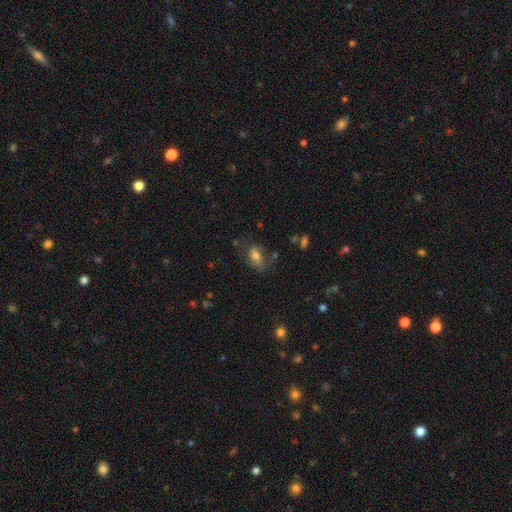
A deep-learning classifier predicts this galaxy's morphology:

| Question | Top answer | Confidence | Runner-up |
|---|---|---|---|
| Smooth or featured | smooth | 69% | featured or disk (21%) |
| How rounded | in between | 84% | round (12%) |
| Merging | none | 59% | minor disturbance (25%) |